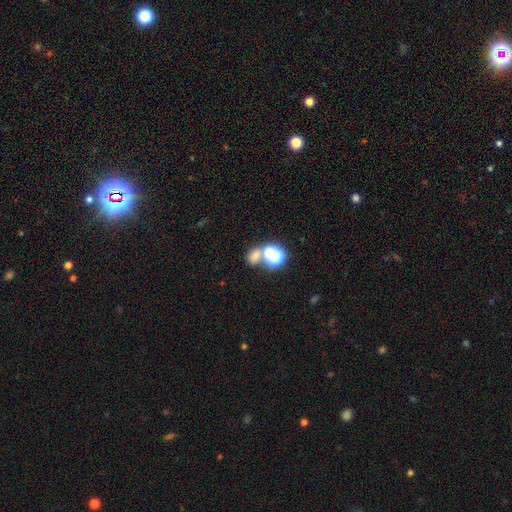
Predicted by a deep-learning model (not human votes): smooth-or-featured: smooth: 60% | star or artifact: 27% | featured or disk: 13%
  how-rounded: in between: 51% | round: 48% | cigar-shaped: 1%
  merging: none: 43% | merger: 42% | minor disturbance: 9% | major disturbance: 6%